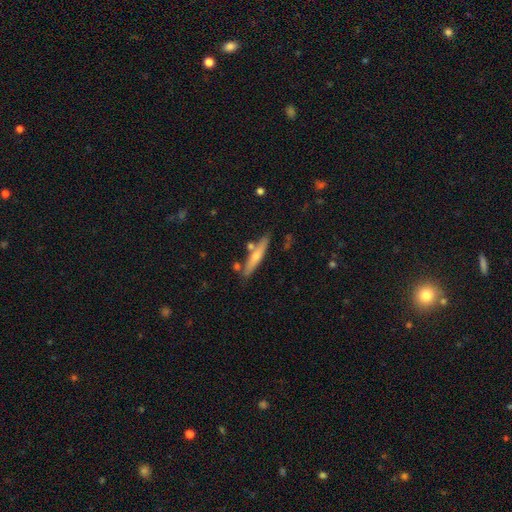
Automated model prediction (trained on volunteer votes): A smooth galaxy with no disk features (52%) that is cigar-shaped (90%). Merging: none (77%).